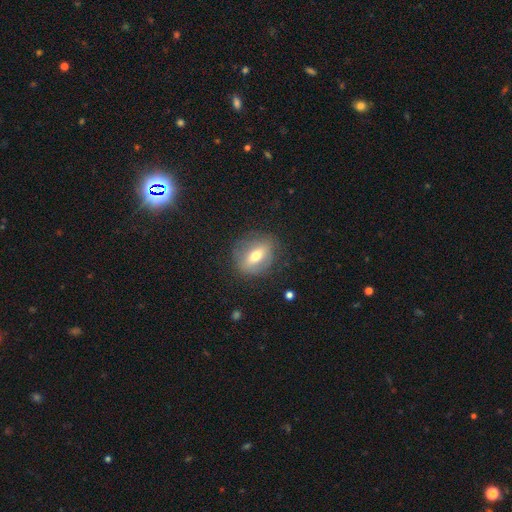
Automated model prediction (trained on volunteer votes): Smooth or featured?
  - smooth: 52% *
  - featured or disk: 39%
  - star or artifact: 9%
How rounded?
  - in between: 53% *
  - round: 43%
  - cigar-shaped: 5%
Merging?
  - none: 78% *
  - minor disturbance: 15%
  - major disturbance: 6%
  - merger: 1%